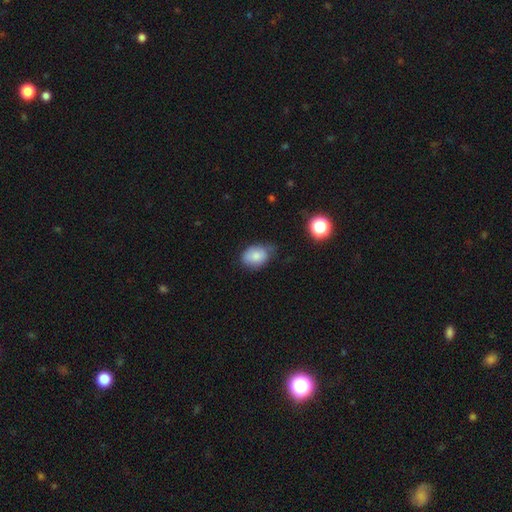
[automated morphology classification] This is clearly a smooth galaxy (80%). How rounded: likely in between (75%). Merging: possibly none (53%).